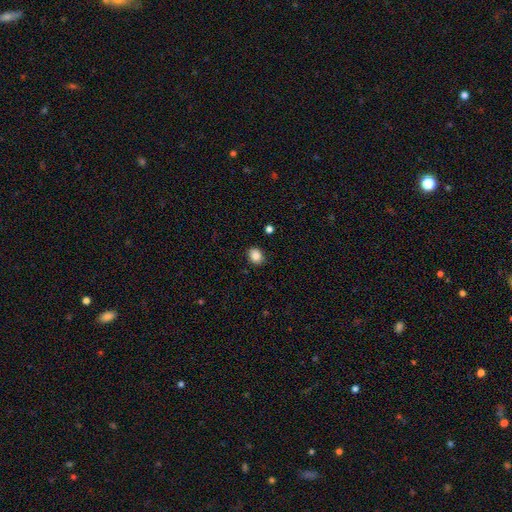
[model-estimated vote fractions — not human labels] A smooth galaxy with no disk features (86%) that is round (51%).

Vote fractions:
- Smooth or featured? smooth: 86% / star or artifact: 10% / featured or disk: 4%
- How rounded? round: 51% / in between: 48% / cigar-shaped: 1%
- Merging? none: 85% / minor disturbance: 11% / major disturbance: 2% / merger: 2%